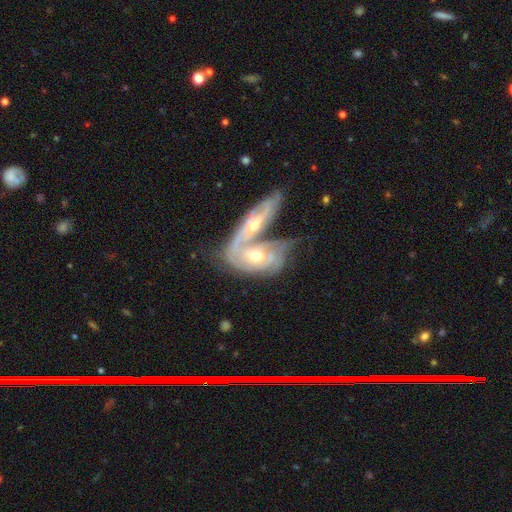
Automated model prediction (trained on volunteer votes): A featured or disk galaxy (79%) with no bar (63%), 2 (43%) tight (55%) spiral arms (88%) and a moderate central bulge (70%).

Vote fractions:
- Smooth or featured? featured or disk: 79% / smooth: 17% / star or artifact: 5%
- Edge-on disk? no: 90% / yes: 10%
- Bar? no: 63% / weak: 28% / strong: 8%
- Spiral arms? yes: 88% / no: 12%
- Spiral winding? tight: 55% / medium: 34% / loose: 12%
- Spiral arm count? 2: 43% / can't tell: 36% / 3: 11% / 1: 5% / 4: 3% / more than 4: 3%
- Bulge size? moderate: 70% / small: 24% / large: 5% / none: 1% / dominant: 1%
- Merging? merger: 72% / none: 15% / minor disturbance: 8% / major disturbance: 6%